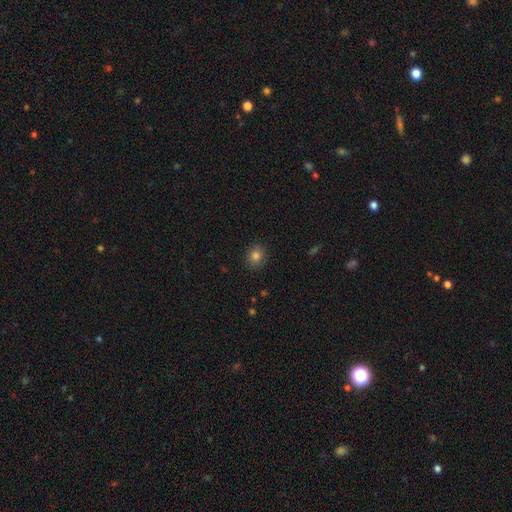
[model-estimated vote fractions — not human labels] The model was most divided on "how rounded": round: 77%, in between: 22%, cigar-shaped: 1%. More confident: merging — none (88%); smooth or featured — smooth (82%).